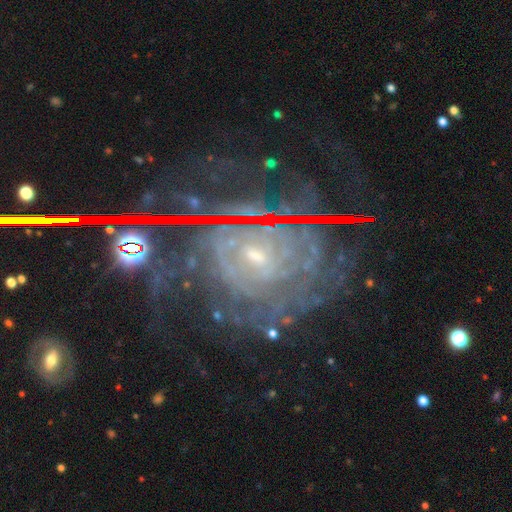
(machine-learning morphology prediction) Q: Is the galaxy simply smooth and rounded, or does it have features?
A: featured or disk — 79%.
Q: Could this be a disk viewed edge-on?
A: no — 96%.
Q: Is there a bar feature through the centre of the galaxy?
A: no — 56%.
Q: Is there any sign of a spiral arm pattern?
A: yes — 89%.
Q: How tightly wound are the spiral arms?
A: tight — 68%.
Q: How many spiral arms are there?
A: can't tell — 44%.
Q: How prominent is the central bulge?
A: small — 75%.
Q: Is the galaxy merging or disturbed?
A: none — 61%.